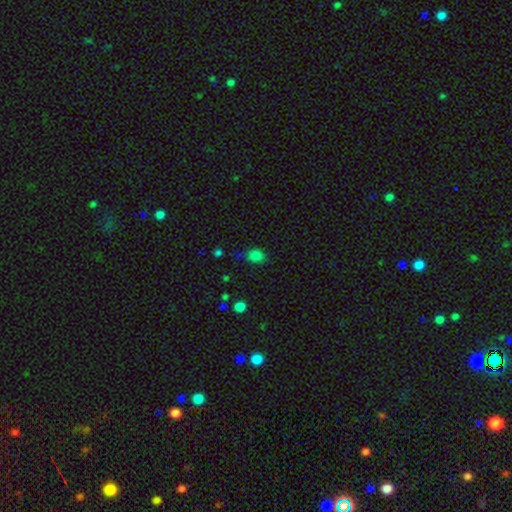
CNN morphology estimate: Smooth or featured? Predicted: smooth (p=0.80). How rounded? Predicted: in between (p=0.59). Merging? Predicted: none (p=0.64).